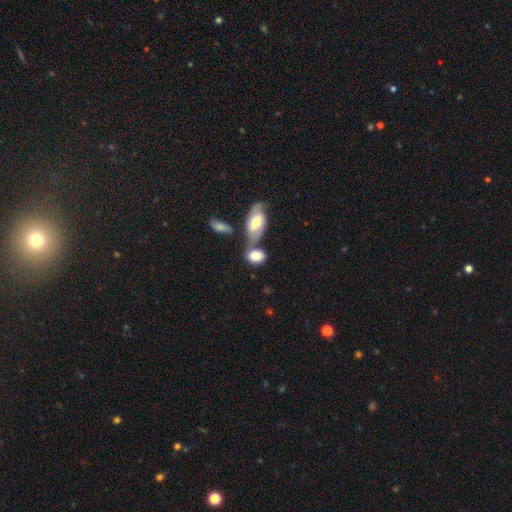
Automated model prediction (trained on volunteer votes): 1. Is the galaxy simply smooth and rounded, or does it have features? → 78% smooth, 16% featured or disk, 6% star or artifact.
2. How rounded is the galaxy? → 79% in between, 18% round, 3% cigar-shaped.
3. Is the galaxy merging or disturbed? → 40% none, 38% merger, 16% minor disturbance, 7% major disturbance.